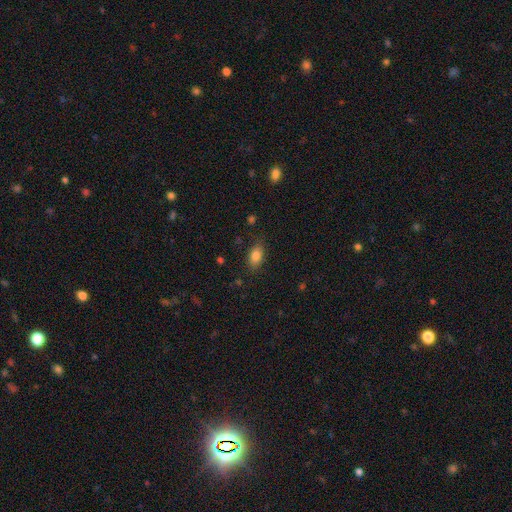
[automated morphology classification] A smooth galaxy with no disk features (83%) that is in between round and cigar-shaped (87%).

Vote fractions:
- Smooth or featured? smooth: 83% / star or artifact: 9% / featured or disk: 8%
- How rounded? in between: 87% / round: 9% / cigar-shaped: 4%
- Merging? none: 81% / minor disturbance: 14% / major disturbance: 4% / merger: 1%